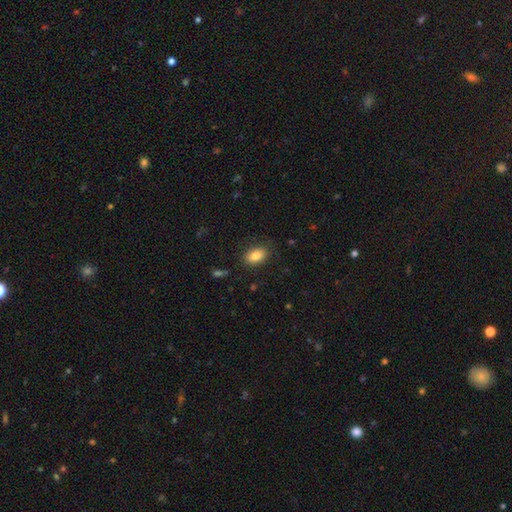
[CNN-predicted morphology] Overall: smooth (84%). How rounded: in between (89%). Merging: none (85%).